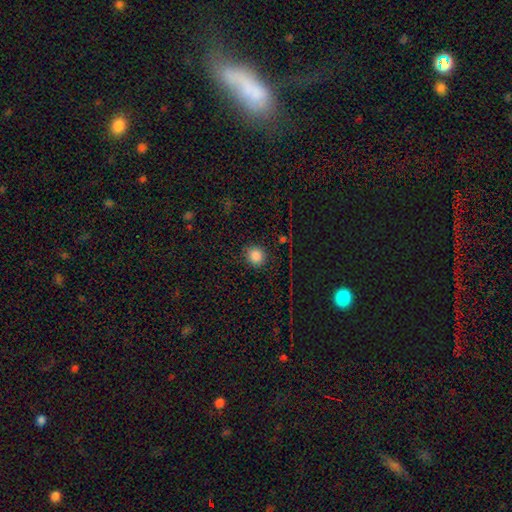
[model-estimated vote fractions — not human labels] Q: Smooth or featured?
A: smooth (81%); runner-up: star or artifact (14%)
Q: How rounded?
A: round (88%); runner-up: in between (11%)
Q: Merging?
A: none (87%); runner-up: minor disturbance (9%)